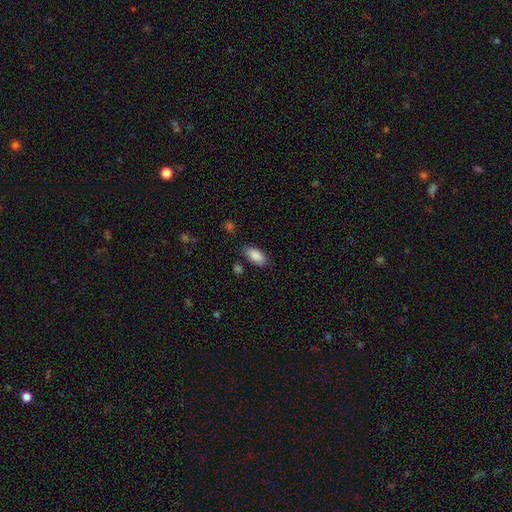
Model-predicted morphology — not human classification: The model was most divided on "merging": none: 80%, minor disturbance: 13%, major disturbance: 3%, merger: 3%. More confident: how rounded — in between (92%); smooth or featured — smooth (89%).